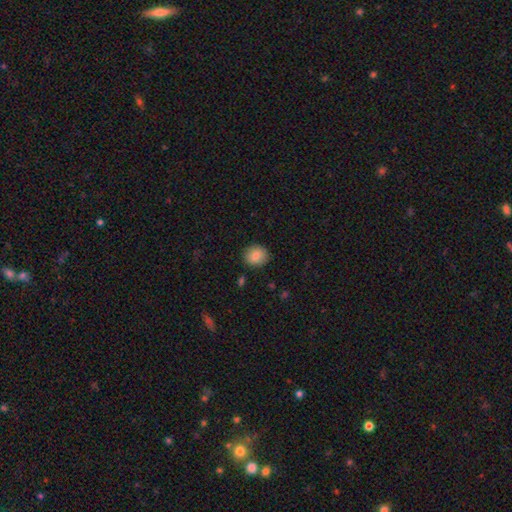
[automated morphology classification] A smooth galaxy with no disk features (83%) that is round (76%).

Vote fractions:
- Smooth or featured? smooth: 83% / star or artifact: 8% / featured or disk: 8%
- How rounded? round: 76% / in between: 23% / cigar-shaped: 1%
- Merging? none: 88% / minor disturbance: 9% / major disturbance: 2% / merger: 1%